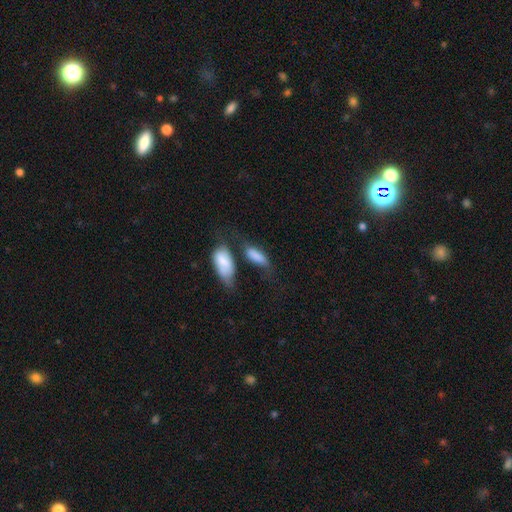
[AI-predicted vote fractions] A smooth galaxy with no disk features (79%) that is in between round and cigar-shaped (71%).

Vote fractions:
- Smooth or featured? smooth: 79% / featured or disk: 14% / star or artifact: 7%
- How rounded? in between: 71% / cigar-shaped: 26% / round: 4%
- Merging? merger: 33% / none: 32% / minor disturbance: 21% / major disturbance: 15%